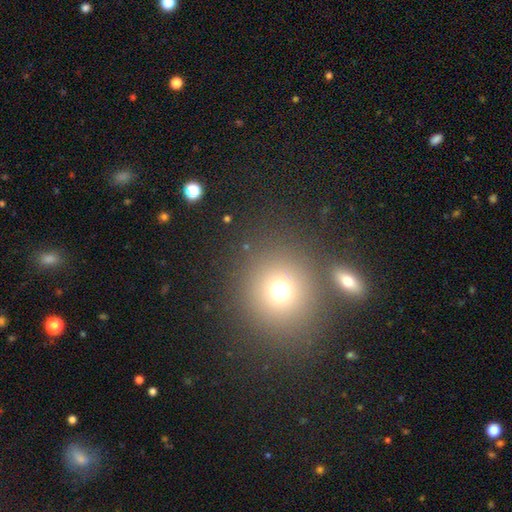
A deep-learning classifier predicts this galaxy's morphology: smooth_or_featured: smooth (p=0.63) [alt: star or artifact p=0.28]
how_rounded: round (p=0.84) [alt: in between p=0.15]
merging: none (p=0.79) [alt: merger p=0.10]